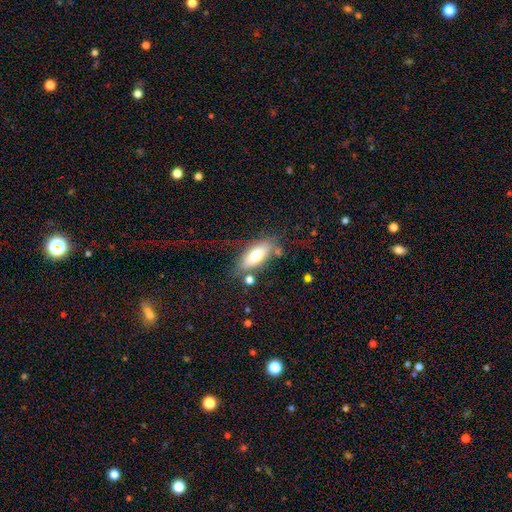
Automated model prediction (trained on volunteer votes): Smooth or featured? Predicted: smooth (p=0.71). How rounded? Predicted: in between (p=0.74). Merging? Predicted: none (p=0.68).